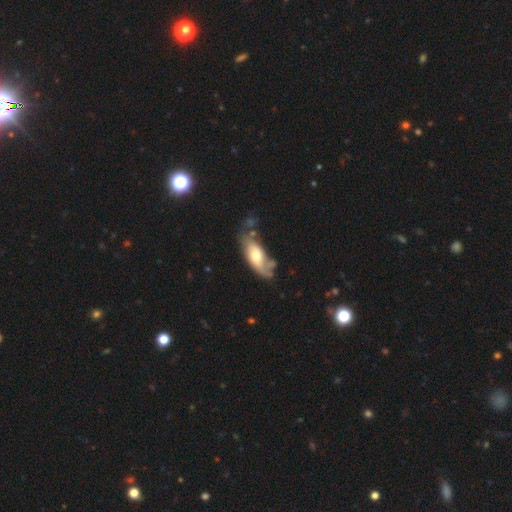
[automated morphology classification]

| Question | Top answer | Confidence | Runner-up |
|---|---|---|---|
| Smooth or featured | smooth | 51% | featured or disk (43%) |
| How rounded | in between | 81% | cigar-shaped (16%) |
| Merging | none | 46% | minor disturbance (29%) |